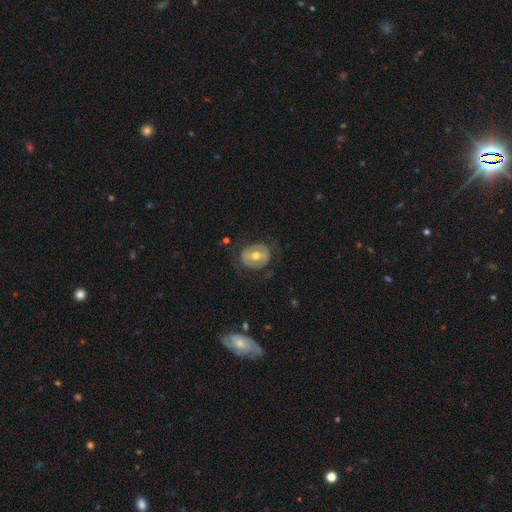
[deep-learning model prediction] smooth-or-featured: featured or disk: 56% | smooth: 38% | star or artifact: 6%
  disk-edge-on: no: 95% | yes: 5%
    bar: weak: 36% | no: 33% | strong: 30%
    has-spiral-arms: no: 72% | yes: 28%
    bulge-size: moderate: 77% | small: 13% | large: 8% | none: 1% | dominant: 1%
  merging: none: 70% | minor disturbance: 17% | major disturbance: 12% | merger: 1%